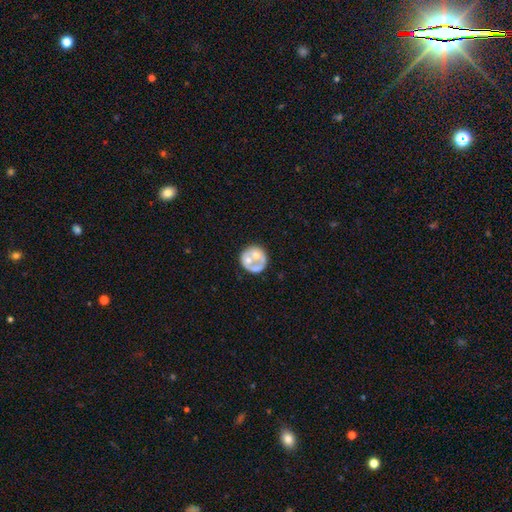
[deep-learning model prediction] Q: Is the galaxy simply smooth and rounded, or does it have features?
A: featured or disk — 48%.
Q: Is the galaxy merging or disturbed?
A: none — 40%.